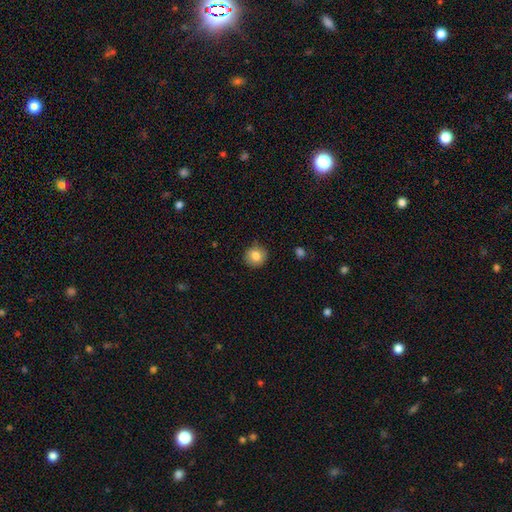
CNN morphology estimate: Overall: smooth (83%). How rounded: round (91%). Merging: none (86%).